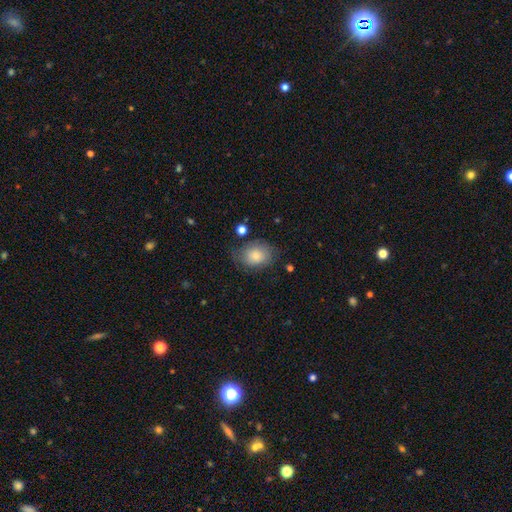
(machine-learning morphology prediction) smooth-or-featured: smooth: 79% | featured or disk: 14% | star or artifact: 8%
  how-rounded: in between: 63% | round: 36% | cigar-shaped: 1%
  merging: none: 60% | minor disturbance: 27% | major disturbance: 10% | merger: 3%